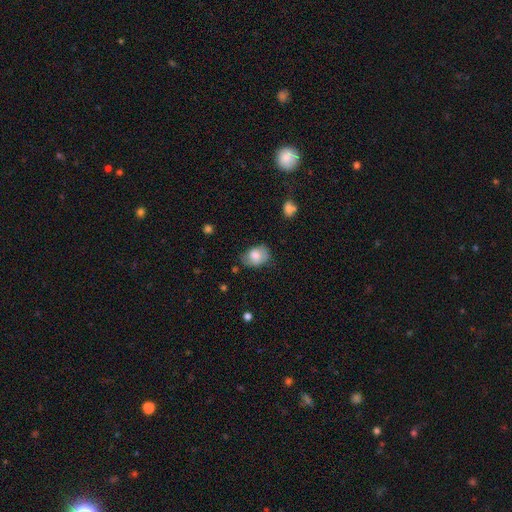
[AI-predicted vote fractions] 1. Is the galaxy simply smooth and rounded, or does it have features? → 75% smooth, 18% featured or disk, 7% star or artifact.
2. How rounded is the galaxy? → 73% in between, 26% round, 1% cigar-shaped.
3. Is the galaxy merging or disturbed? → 58% none, 31% minor disturbance, 9% major disturbance, 2% merger.